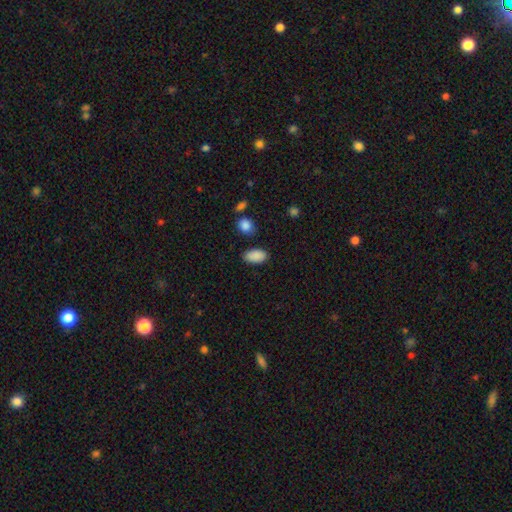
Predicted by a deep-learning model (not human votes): Smooth or featured? Predicted: smooth (p=0.89). How rounded? Predicted: in between (p=0.93). Merging? Predicted: none (p=0.84).